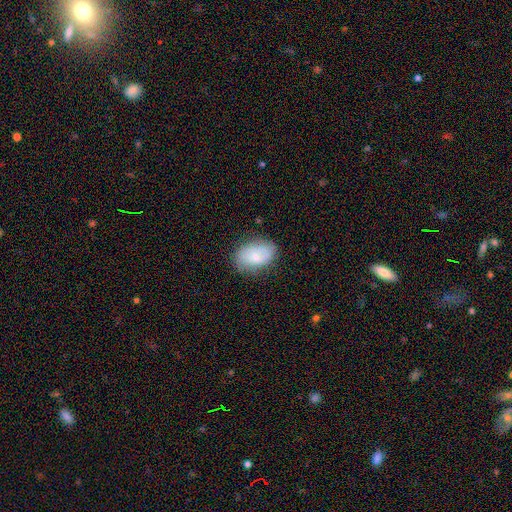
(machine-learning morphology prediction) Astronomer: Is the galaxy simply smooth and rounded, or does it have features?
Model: smooth — 70%.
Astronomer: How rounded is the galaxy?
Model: in between — 86%.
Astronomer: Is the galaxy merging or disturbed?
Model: none — 75%.